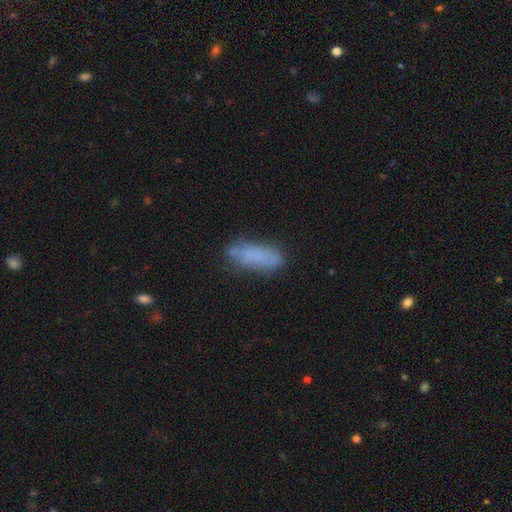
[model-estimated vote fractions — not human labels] A smooth galaxy with no disk features (75%) that is in between round and cigar-shaped (55%). Merging: none (69%).